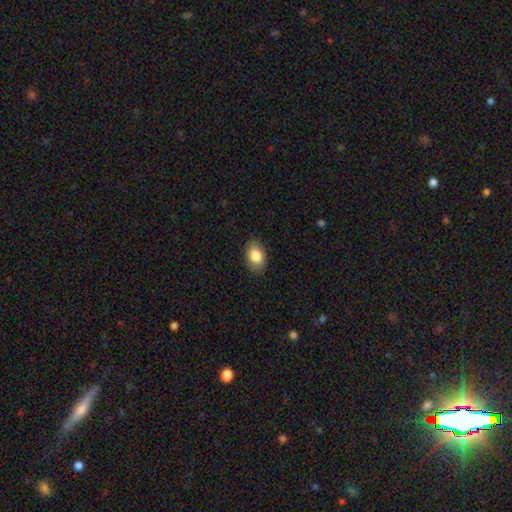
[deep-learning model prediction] smooth-or-featured: smooth: 82% | featured or disk: 10% | star or artifact: 7%
  how-rounded: in between: 86% | round: 13% | cigar-shaped: 1%
  merging: none: 86% | minor disturbance: 11% | major disturbance: 3% | merger: 1%